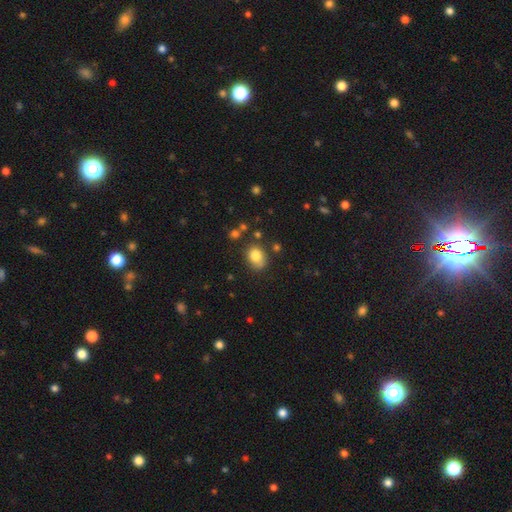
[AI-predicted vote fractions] Smooth or featured? Predicted: smooth (p=0.82). How rounded? Predicted: in between (p=0.56). Merging? Predicted: none (p=0.68).